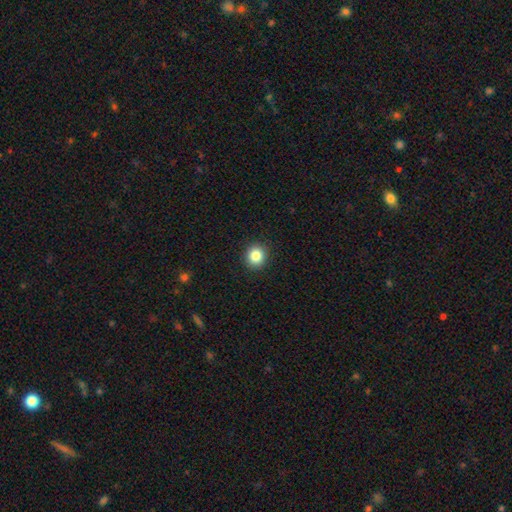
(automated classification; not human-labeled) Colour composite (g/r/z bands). It shows a smooth galaxy with no disk features (85%) that is round (86%). Merging: none (92%).